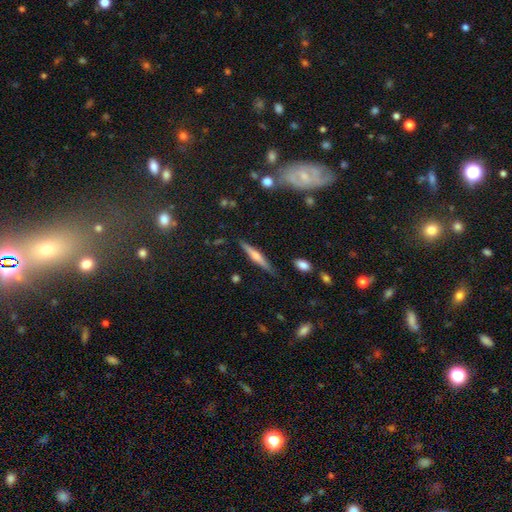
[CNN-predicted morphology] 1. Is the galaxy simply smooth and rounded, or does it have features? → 53% featured or disk, 39% smooth, 7% star or artifact.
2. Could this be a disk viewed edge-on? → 96% yes, 4% no.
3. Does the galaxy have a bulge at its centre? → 68% rounded, 16% boxy, 16% none.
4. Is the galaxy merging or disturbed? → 84% none, 12% minor disturbance, 3% major disturbance, 2% merger.